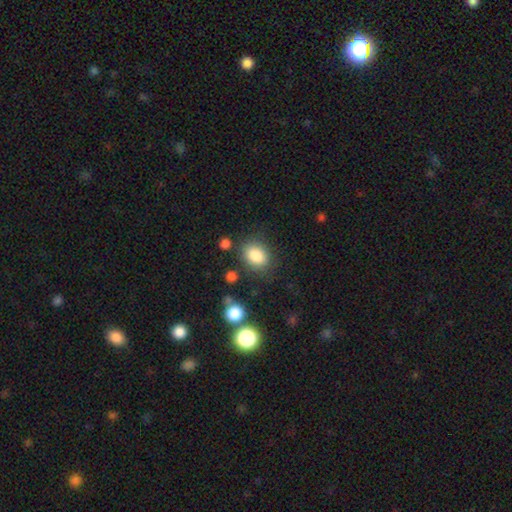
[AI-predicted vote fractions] smooth_or_featured: smooth (p=0.85) [alt: star or artifact p=0.10]
how_rounded: in between (p=0.57) [alt: round p=0.42]
merging: none (p=0.78) [alt: minor disturbance p=0.13]